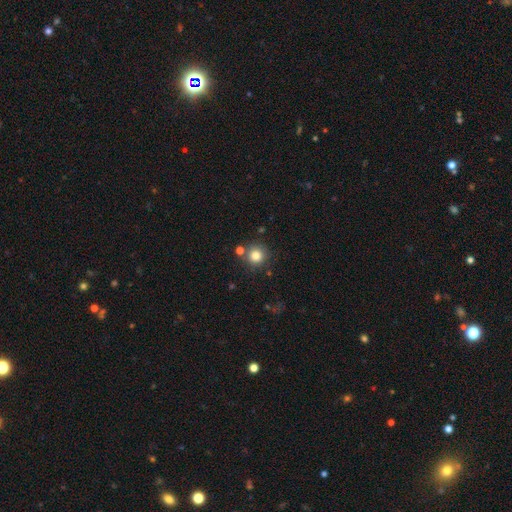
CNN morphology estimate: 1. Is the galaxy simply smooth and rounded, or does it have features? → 82% smooth, 12% star or artifact, 7% featured or disk.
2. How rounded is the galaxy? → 94% round, 6% in between, 1% cigar-shaped.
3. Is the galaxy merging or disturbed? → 79% none, 9% merger, 9% minor disturbance, 3% major disturbance.